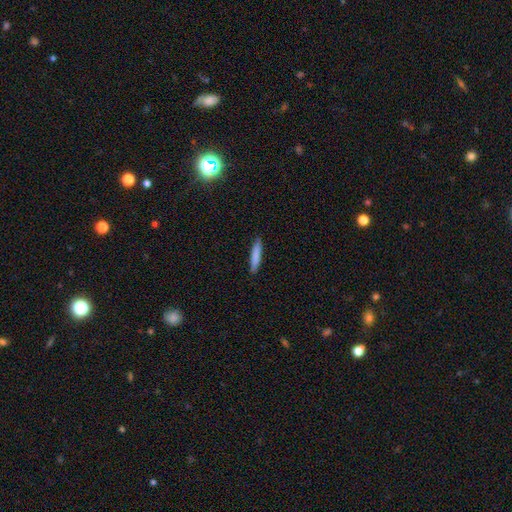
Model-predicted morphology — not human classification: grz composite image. It shows a smooth galaxy with no disk features (83%) that is cigar-shaped (89%). Merging: none (88%).